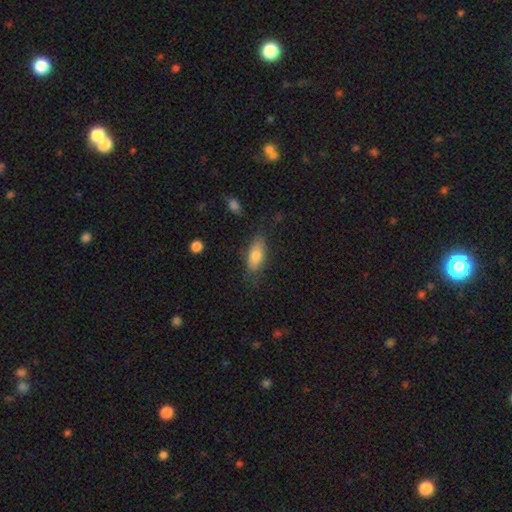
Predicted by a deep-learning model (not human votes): Q: Smooth or featured?
A: smooth (78%); runner-up: featured or disk (15%)
Q: How rounded?
A: in between (81%); runner-up: cigar-shaped (15%)
Q: Merging?
A: none (73%); runner-up: minor disturbance (18%)